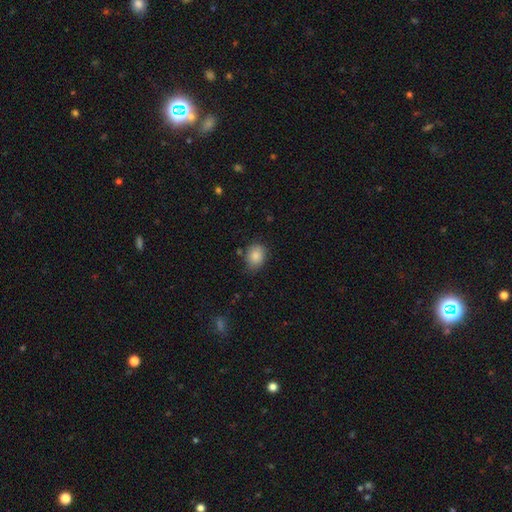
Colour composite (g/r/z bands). It shows a smooth galaxy with no disk features (84%) that is round (53%). Merging: none (51%).